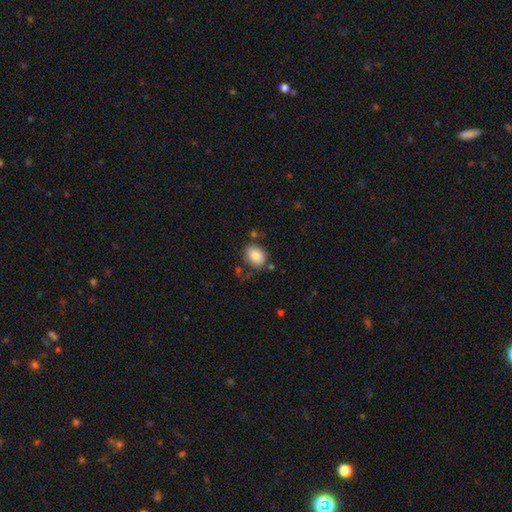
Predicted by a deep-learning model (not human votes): smooth 85%, star or artifact 8%, featured or disk 7%. Down the decision tree: how rounded — in between (71%); merging — none (69%).